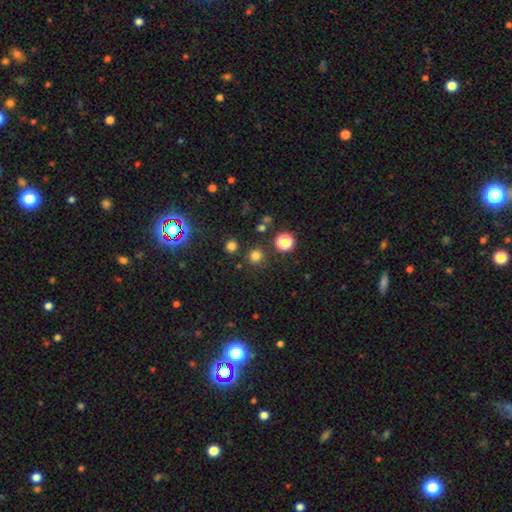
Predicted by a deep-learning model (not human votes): A smooth galaxy with no disk features (75%) that is round (93%). Merging: none (85%).